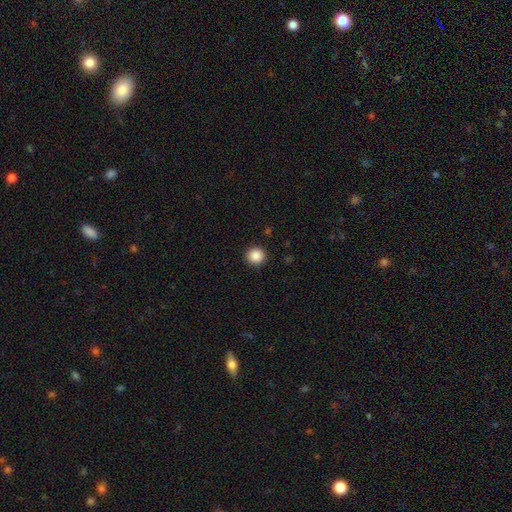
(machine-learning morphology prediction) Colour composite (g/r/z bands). It shows a smooth galaxy with no disk features (88%) that is round (95%). Merging: none (92%).